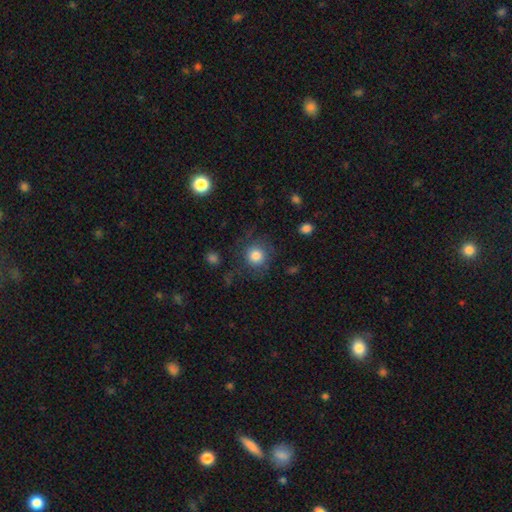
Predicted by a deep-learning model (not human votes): smooth_or_featured: smooth (p=0.80) [alt: featured or disk p=0.10]
how_rounded: round (p=0.92) [alt: in between p=0.07]
merging: none (p=0.75) [alt: minor disturbance p=0.14]